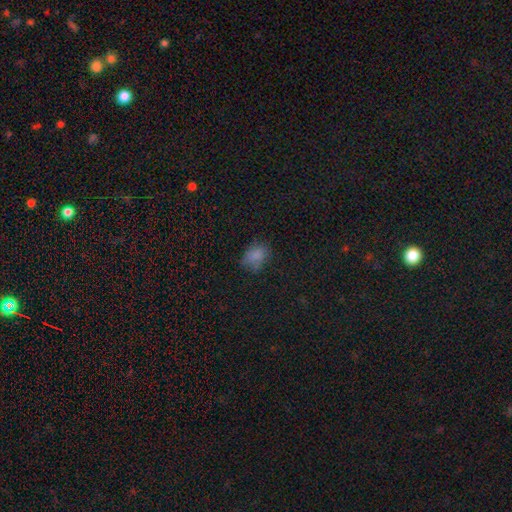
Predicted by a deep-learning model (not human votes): Smooth or featured? Predicted: smooth (p=0.77). How rounded? Predicted: in between (p=0.78). Merging? Predicted: none (p=0.60).